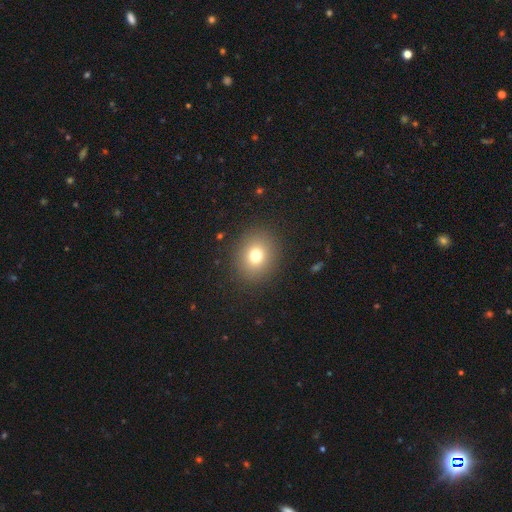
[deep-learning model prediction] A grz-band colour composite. It shows a smooth galaxy with no disk features (75%) that is round (72%). Merging: none (89%).